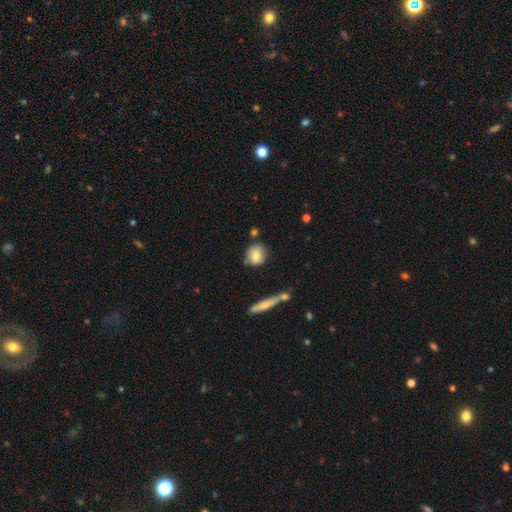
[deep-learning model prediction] A smooth galaxy with no disk features (79%) that is round (67%). Merging: none (73%).